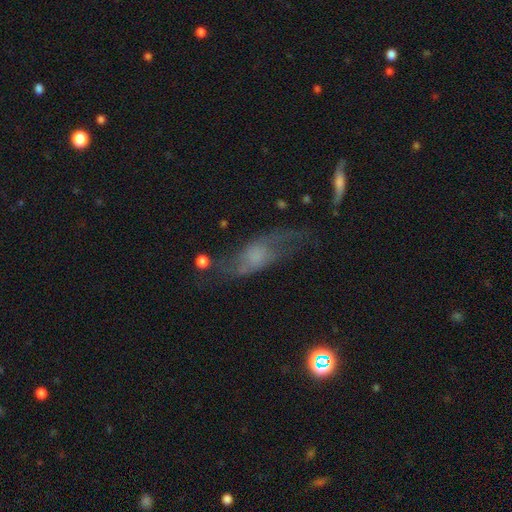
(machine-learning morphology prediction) smooth-or-featured: featured or disk: 55% | smooth: 32% | star or artifact: 13%
  disk-edge-on: no: 76% | yes: 24%
  merging: none: 50% | major disturbance: 23% | minor disturbance: 23% | merger: 4%